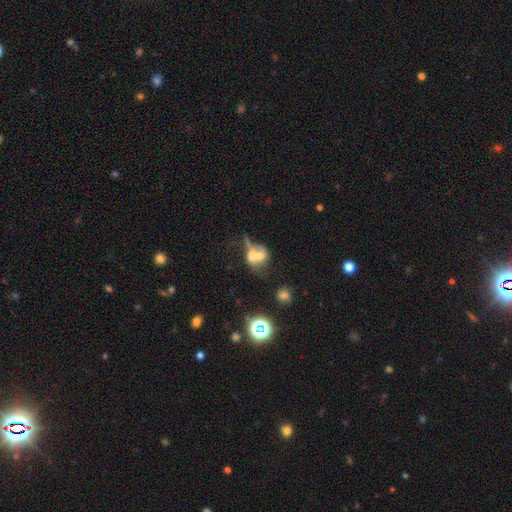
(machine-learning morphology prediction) A smooth galaxy with no disk features (49%). Merging: merger (59%).